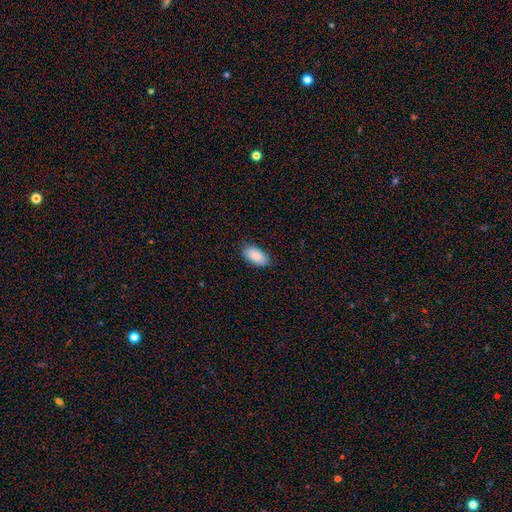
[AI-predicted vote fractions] A smooth galaxy with no disk features (89%) that is in between round and cigar-shaped (94%).

Vote fractions:
- Smooth or featured? smooth: 89% / star or artifact: 6% / featured or disk: 5%
- How rounded? in between: 94% / cigar-shaped: 4% / round: 2%
- Merging? none: 85% / minor disturbance: 12% / major disturbance: 2% / merger: 1%